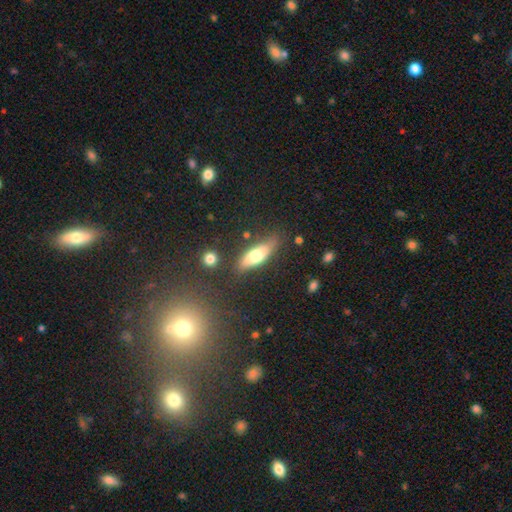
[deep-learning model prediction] Q: Smooth or featured?
A: smooth (63%); runner-up: featured or disk (30%)
Q: How rounded?
A: in between (58%); runner-up: cigar-shaped (39%)
Q: Merging?
A: none (75%); runner-up: minor disturbance (17%)